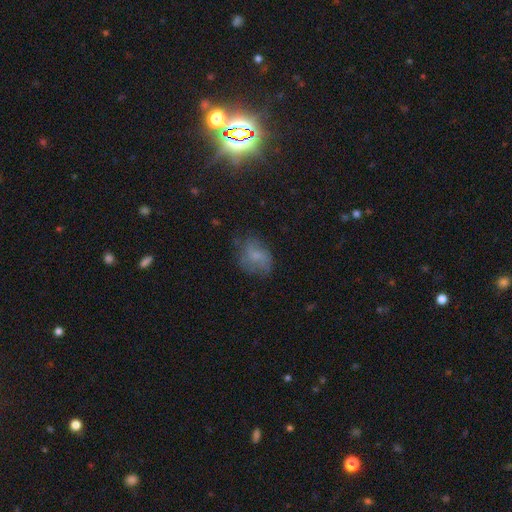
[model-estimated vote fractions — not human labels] This is possibly a smooth galaxy (56%). How rounded: likely in between (67%). Merging: possibly none (55%).